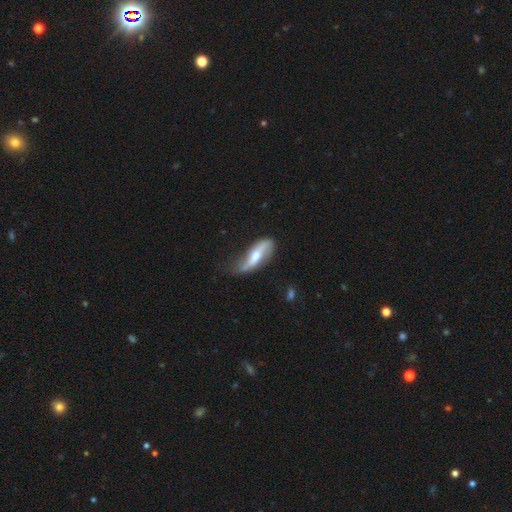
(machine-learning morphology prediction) A featured or disk galaxy (67%). Merging: none (50%).